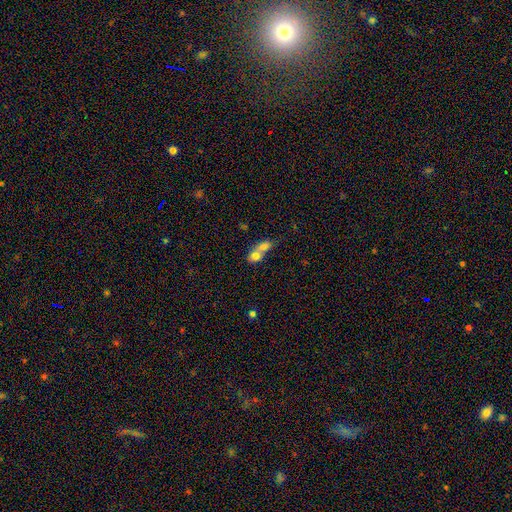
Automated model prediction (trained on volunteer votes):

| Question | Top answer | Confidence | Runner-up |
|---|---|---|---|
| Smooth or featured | smooth | 72% | featured or disk (19%) |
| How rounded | in between | 56% | round (41%) |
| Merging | merger | 78% | none (14%) |